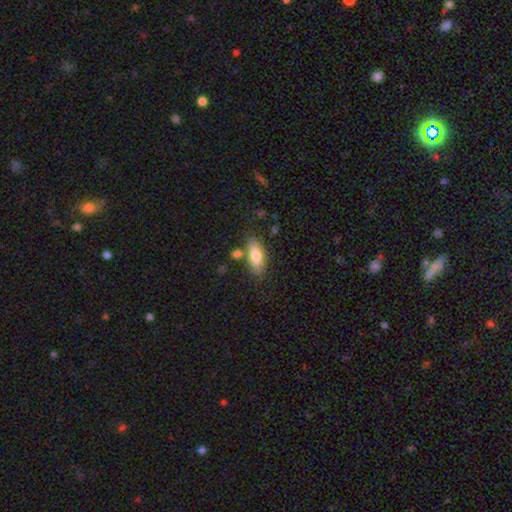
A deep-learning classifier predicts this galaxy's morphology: Q: Smooth or featured?
A: smooth (78%); runner-up: featured or disk (16%)
Q: How rounded?
A: in between (76%); runner-up: cigar-shaped (21%)
Q: Merging?
A: none (74%); runner-up: minor disturbance (14%)